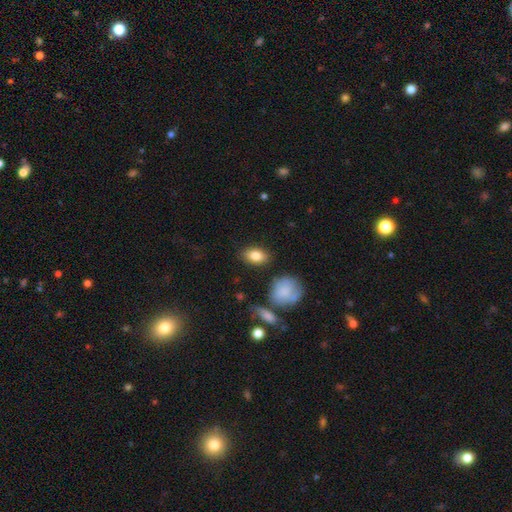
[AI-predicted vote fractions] Smooth or featured? smooth (83%)
How rounded? in between (82%)
Merging? none (83%)